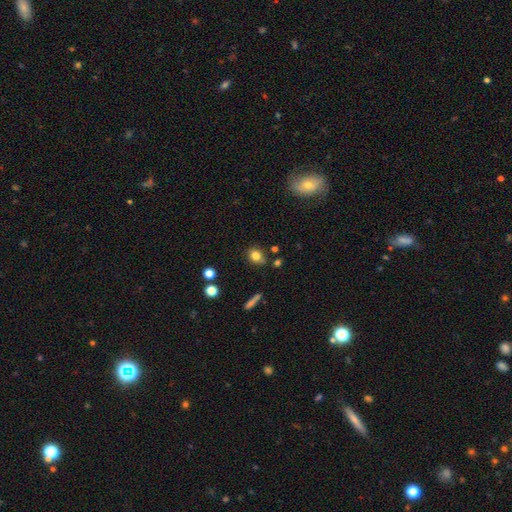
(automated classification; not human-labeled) Morphology: type=smooth (80%); roundness=round (55%); merging=none (75%).